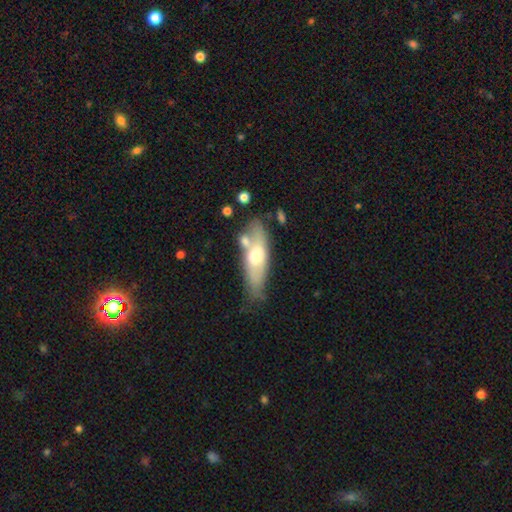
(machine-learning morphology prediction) smooth-or-featured: smooth: 52% | featured or disk: 42% | star or artifact: 6%
  how-rounded: in between: 54% | cigar-shaped: 44% | round: 3%
  merging: none: 63% | minor disturbance: 19% | merger: 13% | major disturbance: 5%